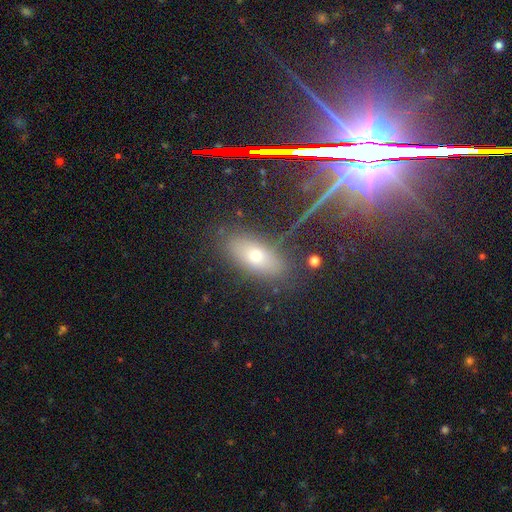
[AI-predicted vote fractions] A smooth galaxy with no disk features (59%) that is in between round and cigar-shaped (82%). Merging: none (83%).